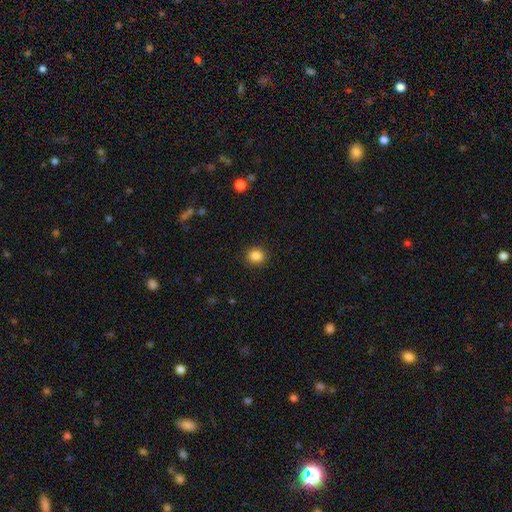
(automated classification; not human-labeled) smooth_or_featured: smooth (p=0.87) [alt: star or artifact p=0.10]
how_rounded: round (p=0.76) [alt: in between p=0.23]
merging: none (p=0.90) [alt: minor disturbance p=0.07]